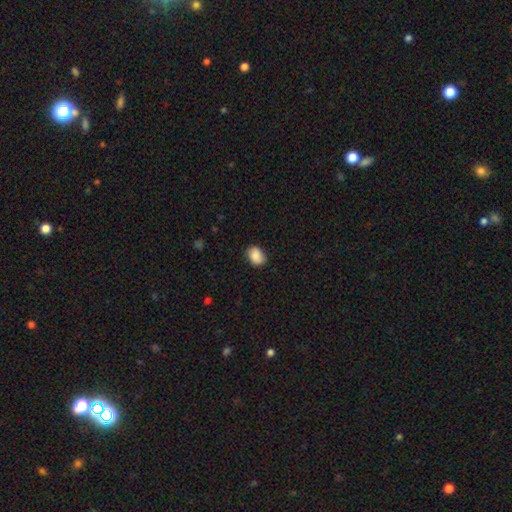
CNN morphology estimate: type=smooth (88%); roundness=in between (71%); merging=none (81%).